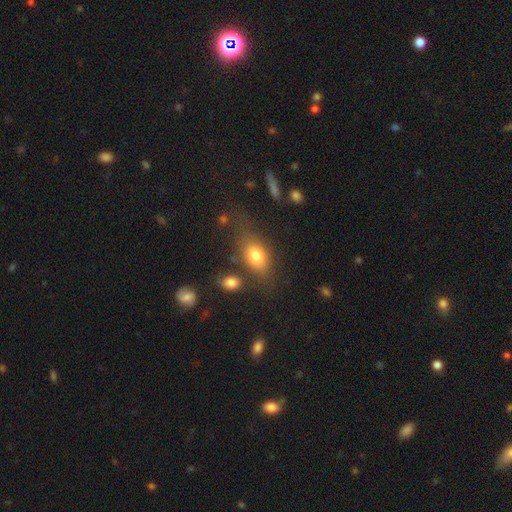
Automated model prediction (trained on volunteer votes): Smooth or featured? smooth (76%)
How rounded? in between (79%)
Merging? none (60%)